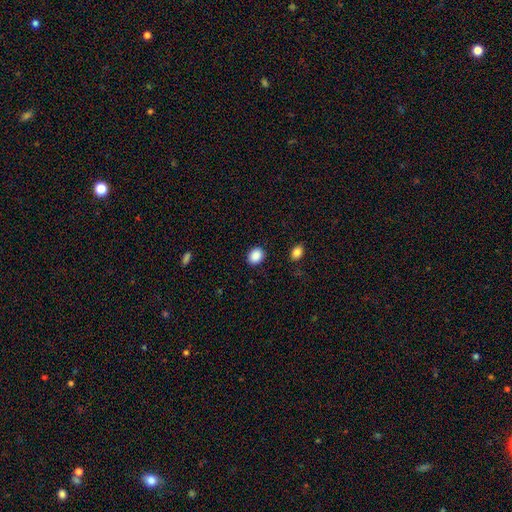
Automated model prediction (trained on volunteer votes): A smooth galaxy with no disk features (89%) that is round (57%). Merging: none (89%).